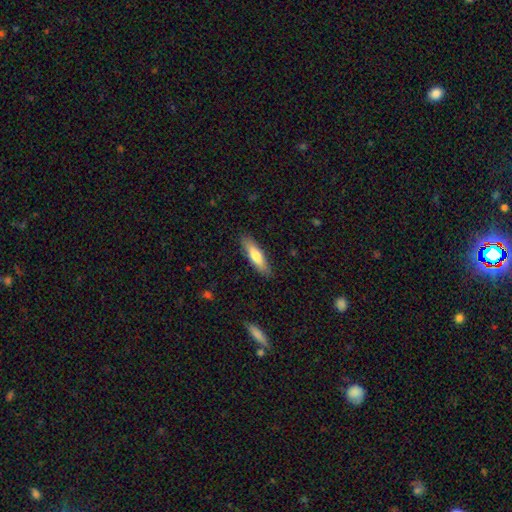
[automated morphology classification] Smooth or featured? Predicted: smooth (p=0.73). How rounded? Predicted: cigar-shaped (p=0.60). Merging? Predicted: none (p=0.87).